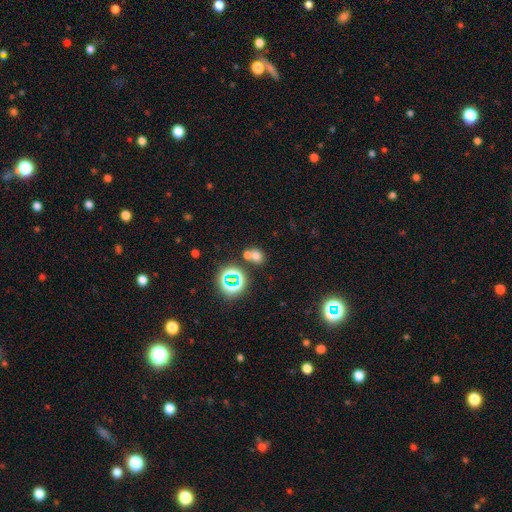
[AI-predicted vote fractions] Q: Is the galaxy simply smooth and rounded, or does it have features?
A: smooth — 62%.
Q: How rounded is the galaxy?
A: round — 64%.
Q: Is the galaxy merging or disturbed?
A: none — 49%.